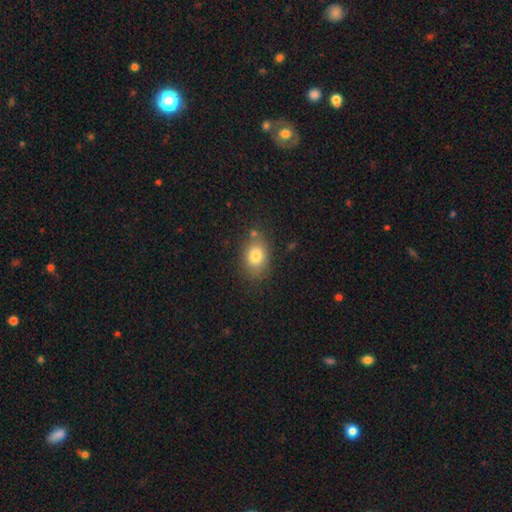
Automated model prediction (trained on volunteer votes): Smooth or featured?
  - smooth: 79% *
  - star or artifact: 10%
  - featured or disk: 10%
How rounded?
  - in between: 65% *
  - round: 34%
  - cigar-shaped: 1%
Merging?
  - none: 75% *
  - minor disturbance: 15%
  - merger: 6%
  - major disturbance: 4%